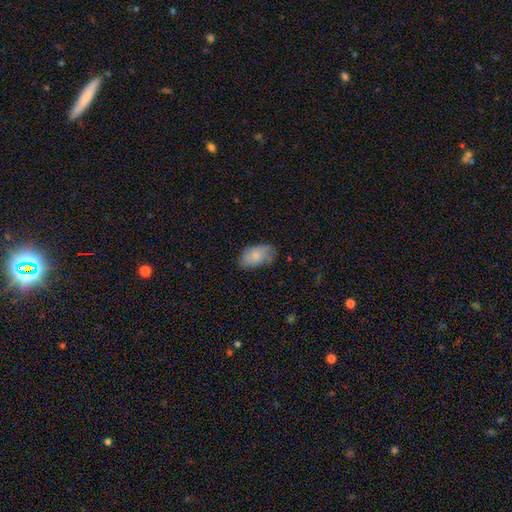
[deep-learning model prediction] smooth-or-featured: smooth: 80% | featured or disk: 14% | star or artifact: 6%
  how-rounded: in between: 94% | round: 4% | cigar-shaped: 2%
  merging: none: 69% | minor disturbance: 24% | major disturbance: 5% | merger: 1%